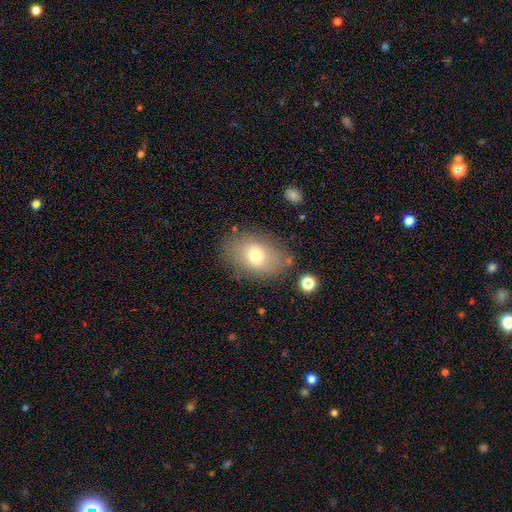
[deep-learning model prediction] Smooth or featured: smooth — 71% (featured or disk — 18%)
How rounded: in between — 78% (round — 20%)
Merging: none — 78% (minor disturbance — 14%)